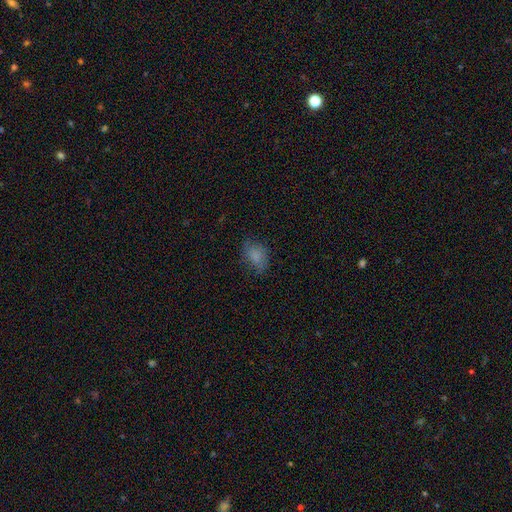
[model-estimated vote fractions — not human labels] smooth_or_featured: smooth (p=0.78) [alt: star or artifact p=0.11]
how_rounded: in between (p=0.78) [alt: round p=0.20]
merging: none (p=0.66) [alt: minor disturbance p=0.23]